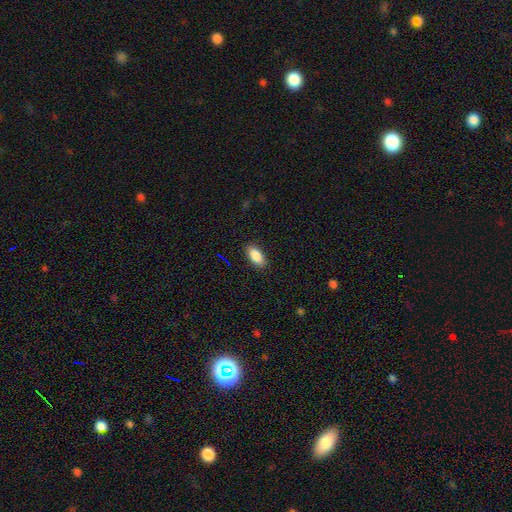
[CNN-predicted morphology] type=smooth (87%); roundness=in between (90%); merging=none (88%).